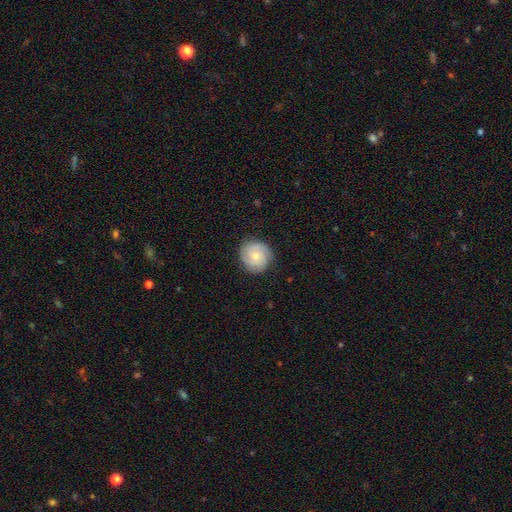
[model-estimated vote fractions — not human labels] Overall: featured or disk (58%; smooth 35%). Edge-on disk: no (98%). Bar: no (78%). Spiral arms: yes (91%). Spiral arm count: 3 (31%; 2 26%). Spiral winding: tight (65%; medium 29%). Bulge size: small (57%; moderate 39%). Merging: none (84%).